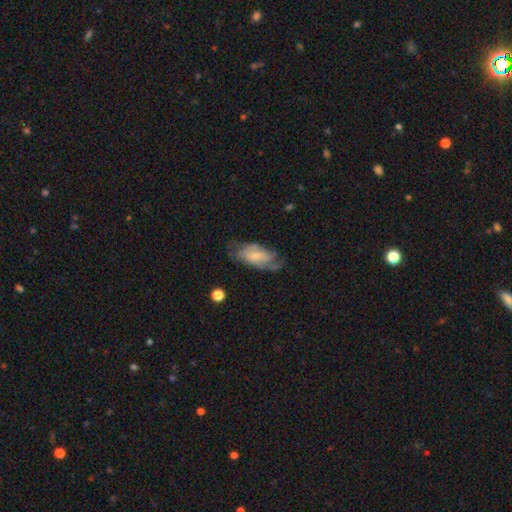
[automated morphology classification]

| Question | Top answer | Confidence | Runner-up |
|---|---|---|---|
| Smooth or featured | featured or disk | 56% | smooth (37%) |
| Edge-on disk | no | 91% | yes (9%) |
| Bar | no | 56% | weak (34%) |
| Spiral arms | yes | 78% | no (22%) |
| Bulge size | small | 61% | moderate (27%) |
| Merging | none | 51% | minor disturbance (28%) |